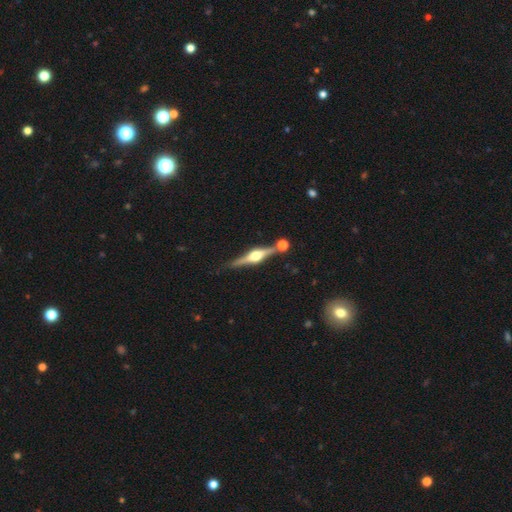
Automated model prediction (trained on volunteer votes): featured or disk 82%, smooth 12%, star or artifact 6%. Down the decision tree: edge-on disk — yes (98%); edge-on bulge — rounded (94%); merging — none (79%).